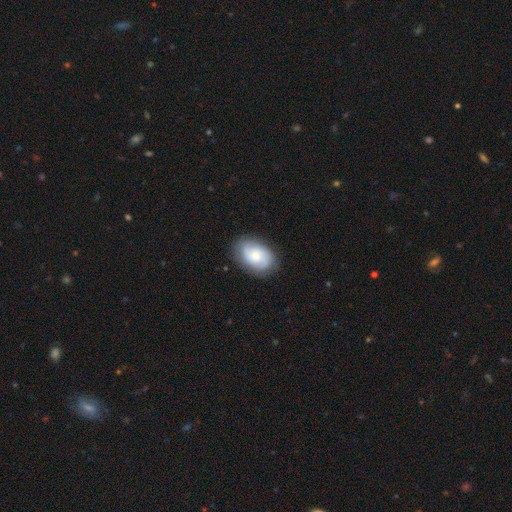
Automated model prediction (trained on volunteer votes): featured or disk 48%, smooth 45%, star or artifact 7%. Down the decision tree: merging — none (80%).